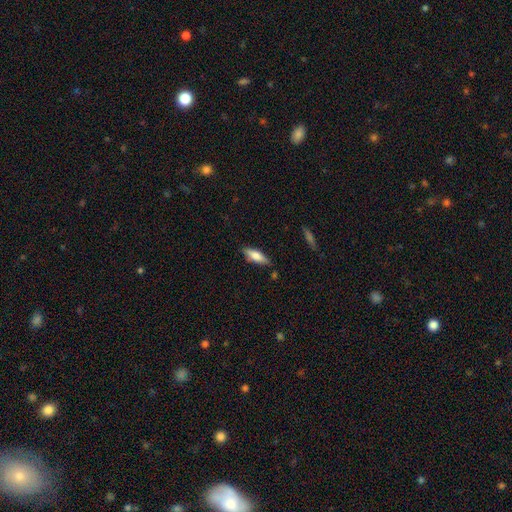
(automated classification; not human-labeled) A smooth galaxy with no disk features (70%) that is in between round and cigar-shaped (53%).

Vote fractions:
- Smooth or featured? smooth: 70% / featured or disk: 24% / star or artifact: 6%
- How rounded? in between: 53% / cigar-shaped: 45% / round: 2%
- Merging? none: 80% / minor disturbance: 15% / major disturbance: 3% / merger: 3%